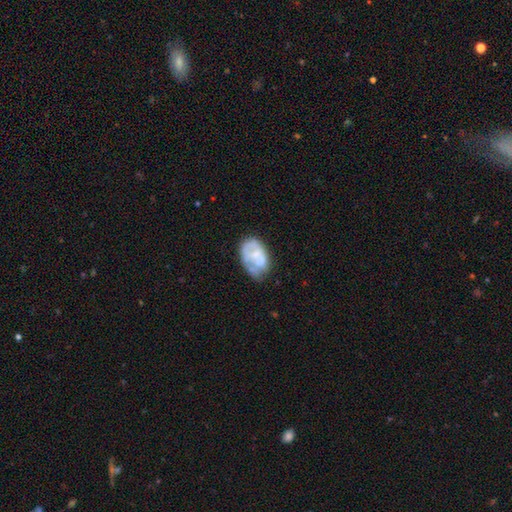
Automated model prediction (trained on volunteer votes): This appears to be a featured or disk galaxy (49%). Merging: none (41%).